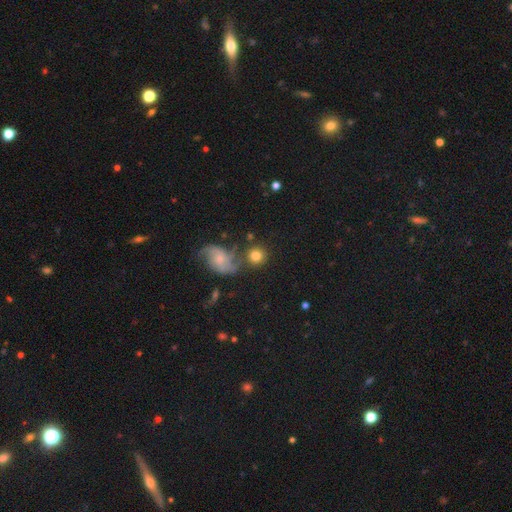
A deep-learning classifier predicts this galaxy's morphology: Smooth or featured? smooth (78%)
How rounded? round (88%)
Merging? none (67%)